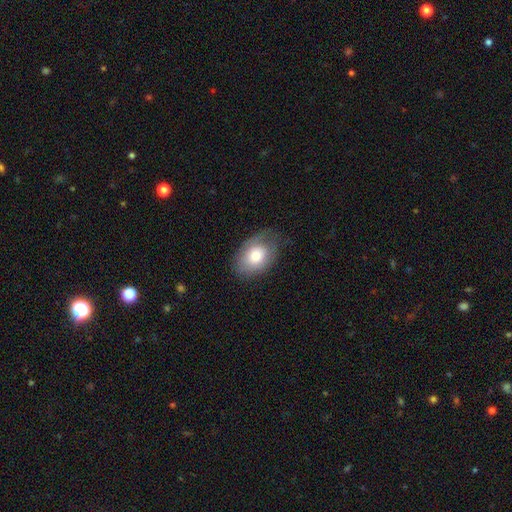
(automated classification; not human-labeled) Morphology: type=smooth (69%); roundness=in between (79%); merging=none (64%).